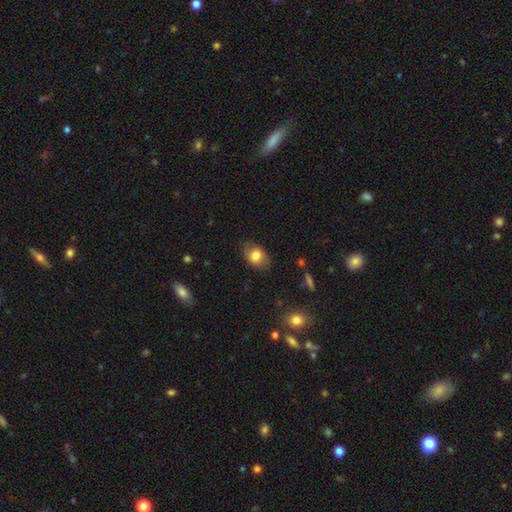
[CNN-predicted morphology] type=smooth (79%); roundness=in between (69%); merging=none (77%).